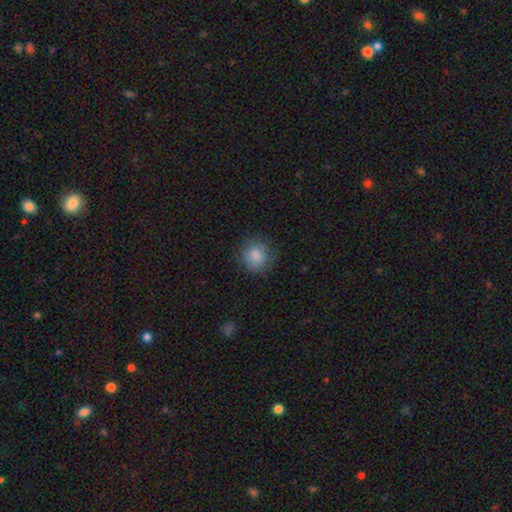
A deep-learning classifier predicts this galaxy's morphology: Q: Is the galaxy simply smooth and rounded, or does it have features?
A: smooth — 85%.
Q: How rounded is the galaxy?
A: round — 85%.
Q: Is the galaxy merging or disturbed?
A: none — 82%.